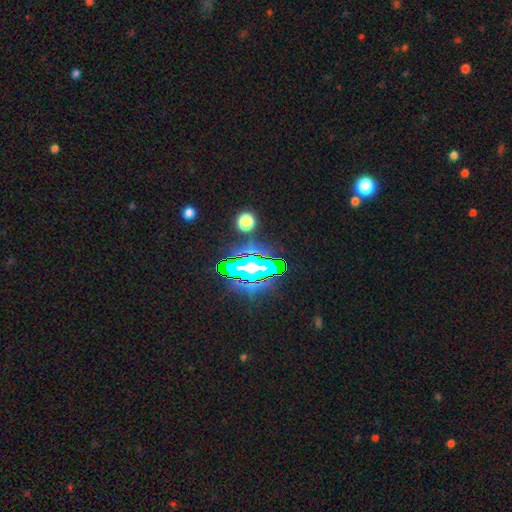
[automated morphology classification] type=star or artifact (79%).